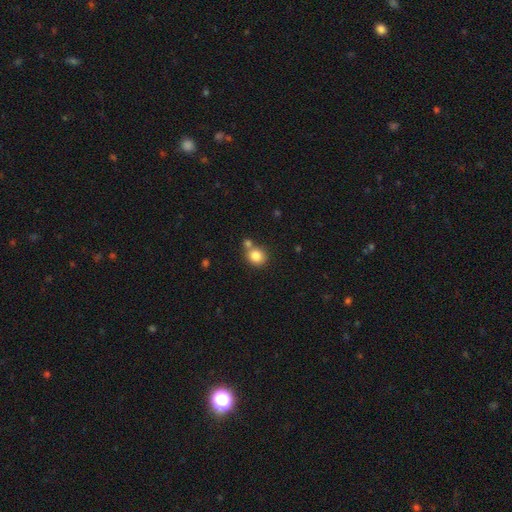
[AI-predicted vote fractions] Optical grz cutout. It shows a smooth galaxy with no disk features (83%) that is round (84%). Merging: none (59%).